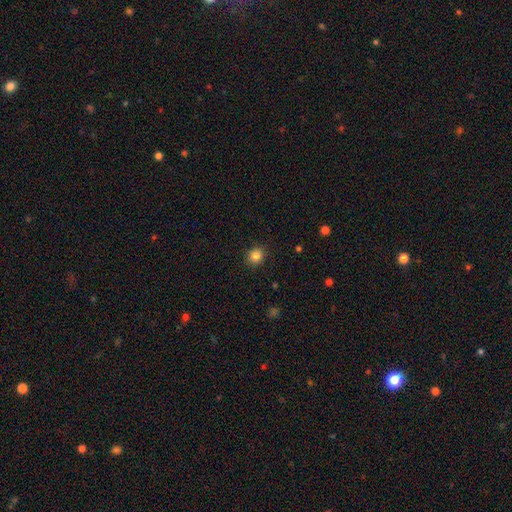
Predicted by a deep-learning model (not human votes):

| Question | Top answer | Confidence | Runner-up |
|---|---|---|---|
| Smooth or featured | smooth | 84% | star or artifact (11%) |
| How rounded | round | 83% | in between (16%) |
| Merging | none | 90% | minor disturbance (7%) |